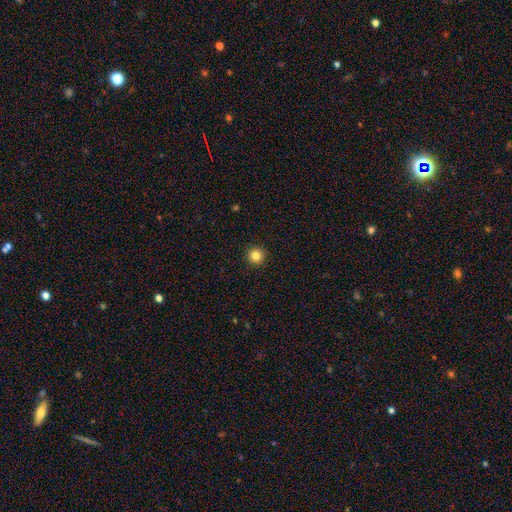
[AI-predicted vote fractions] Smooth or featured? smooth (83%)
How rounded? round (96%)
Merging? none (93%)